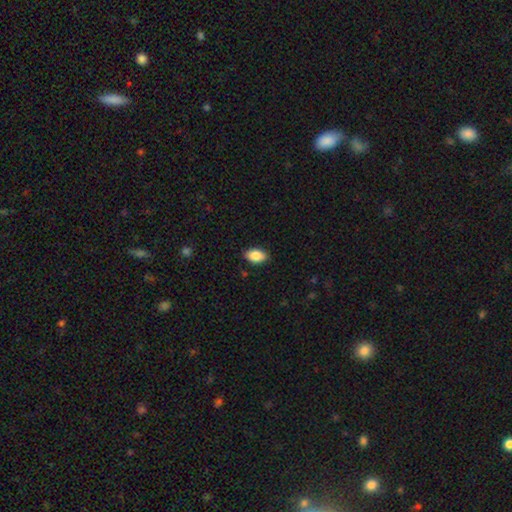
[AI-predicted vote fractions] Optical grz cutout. It shows a smooth galaxy with no disk features (86%) that is in between round and cigar-shaped (91%). Merging: none (86%).